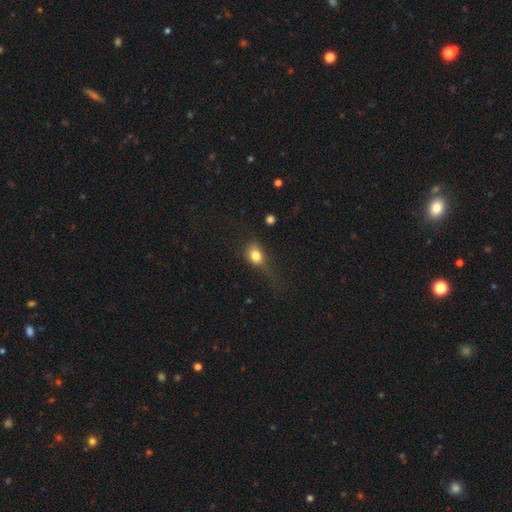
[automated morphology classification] type=smooth (77%); roundness=in between (57%); merging=none (39%).